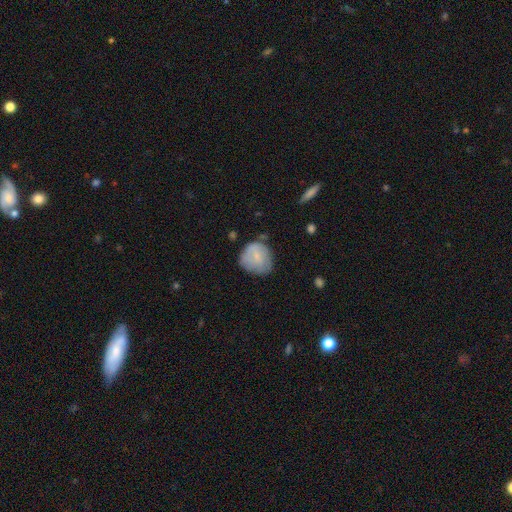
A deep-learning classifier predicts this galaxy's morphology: A smooth galaxy with no disk features (69%) that is round (76%). Merging: none (52%).